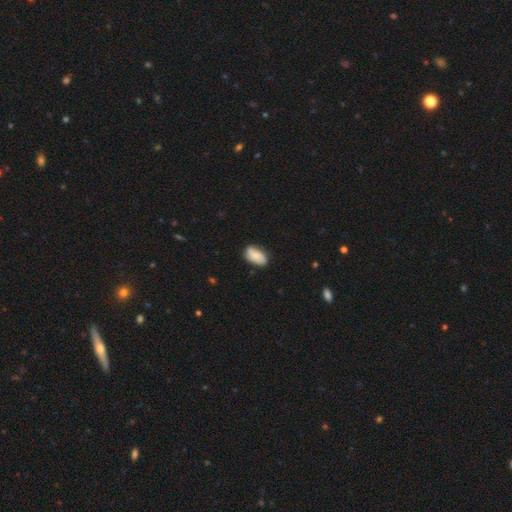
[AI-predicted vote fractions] A smooth galaxy with no disk features (59%) that is in between round and cigar-shaped (92%).

Vote fractions:
- Smooth or featured? smooth: 59% / featured or disk: 33% / star or artifact: 7%
- How rounded? in between: 92% / round: 5% / cigar-shaped: 3%
- Merging? none: 75% / minor disturbance: 19% / major disturbance: 4% / merger: 2%